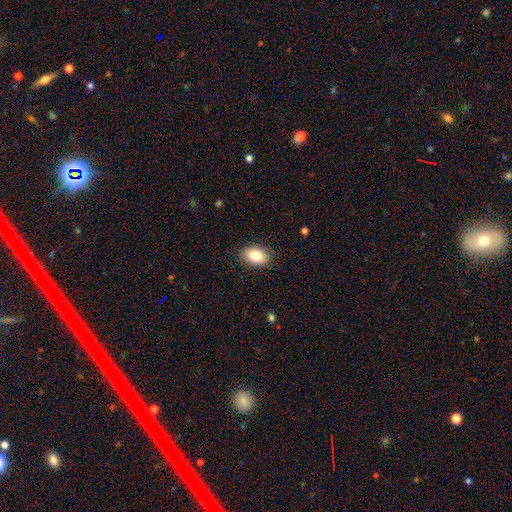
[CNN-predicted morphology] smooth 84%, featured or disk 9%, star or artifact 8%. Down the decision tree: how rounded — in between (85%); merging — none (86%).